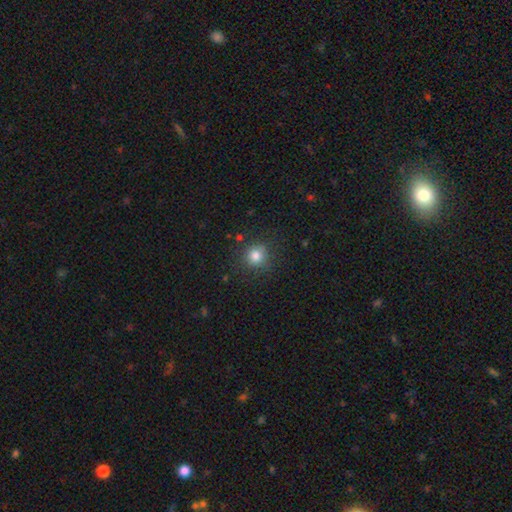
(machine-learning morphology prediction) Smooth or featured? smooth (80%)
How rounded? round (90%)
Merging? none (83%)